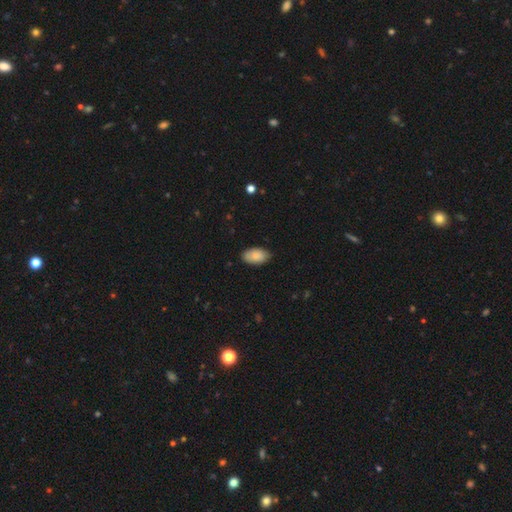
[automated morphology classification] The model was most divided on "merging": none: 81%, minor disturbance: 16%, major disturbance: 2%, merger: 1%. More confident: how rounded — in between (95%); smooth or featured — smooth (86%).